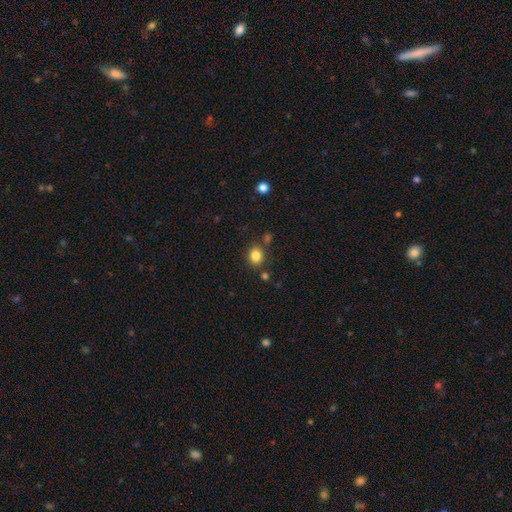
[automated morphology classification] smooth 83%, star or artifact 11%, featured or disk 6%. Down the decision tree: how rounded — round (61%); merging — none (78%).